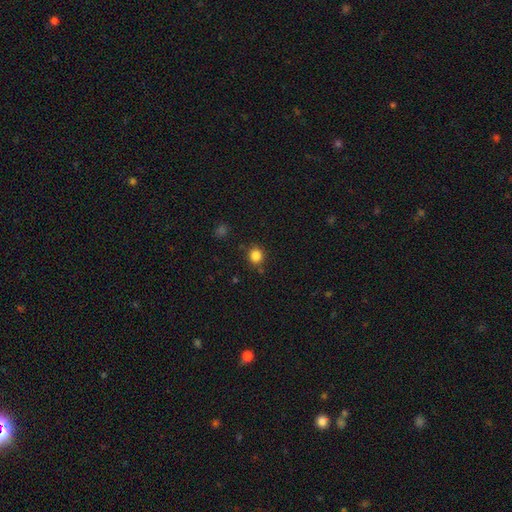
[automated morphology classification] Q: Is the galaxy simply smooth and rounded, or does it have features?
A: smooth — 84%.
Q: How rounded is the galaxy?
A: round — 82%.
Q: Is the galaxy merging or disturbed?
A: none — 82%.